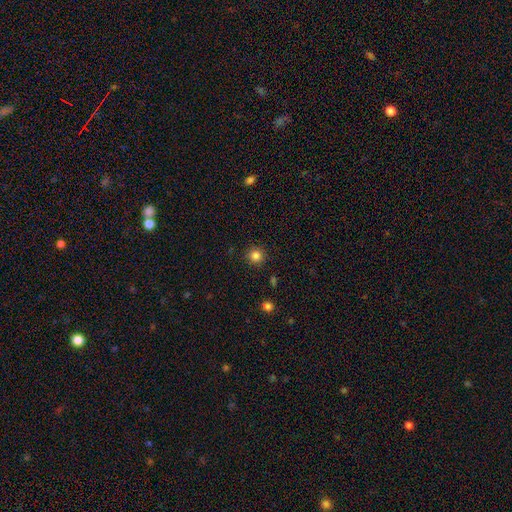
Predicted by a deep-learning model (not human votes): The model was most divided on "smooth or featured": smooth: 83%, star or artifact: 12%, featured or disk: 4%. More confident: how rounded — round (94%); merging — none (90%).